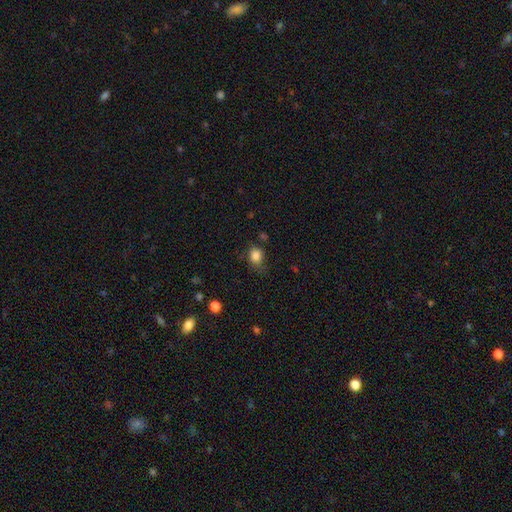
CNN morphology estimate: The model was most divided on "how rounded": round: 56%, in between: 43%, cigar-shaped: 1%. More confident: smooth or featured — smooth (84%); merging — none (57%).